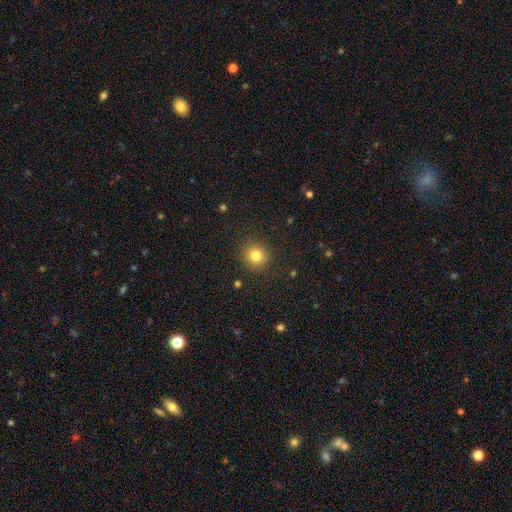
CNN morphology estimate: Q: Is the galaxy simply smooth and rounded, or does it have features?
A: smooth — 81%.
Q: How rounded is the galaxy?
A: round — 92%.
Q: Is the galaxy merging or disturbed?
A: none — 90%.